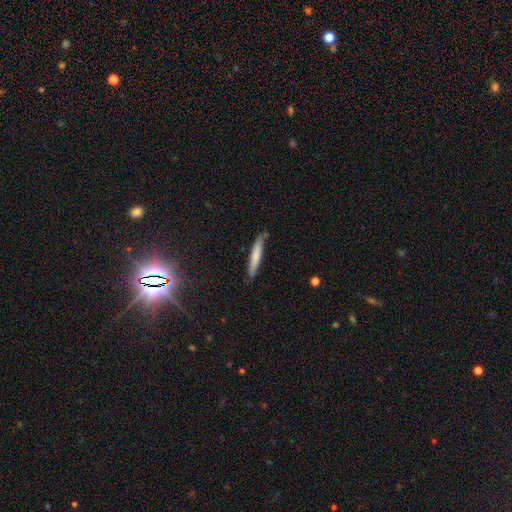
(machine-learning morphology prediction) Overall: smooth (69%). How rounded: cigar-shaped (94%). Merging: none (75%).